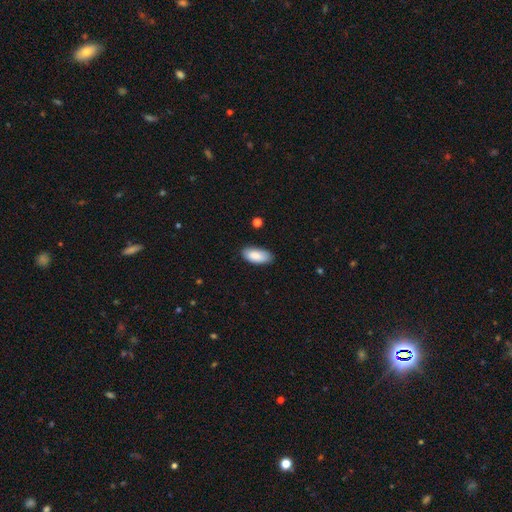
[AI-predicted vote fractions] The model was most divided on "merging": none: 79%, minor disturbance: 17%, major disturbance: 3%, merger: 1%. More confident: how rounded — in between (91%); smooth or featured — smooth (86%).